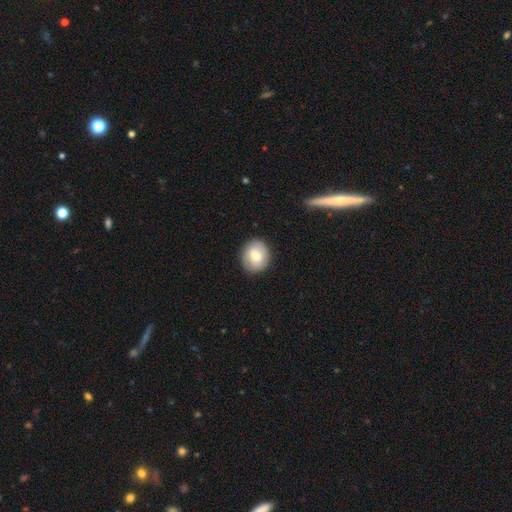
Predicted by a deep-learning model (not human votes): This is likely a smooth galaxy (74%). How rounded: likely round (78%). Merging: clearly none (88%).